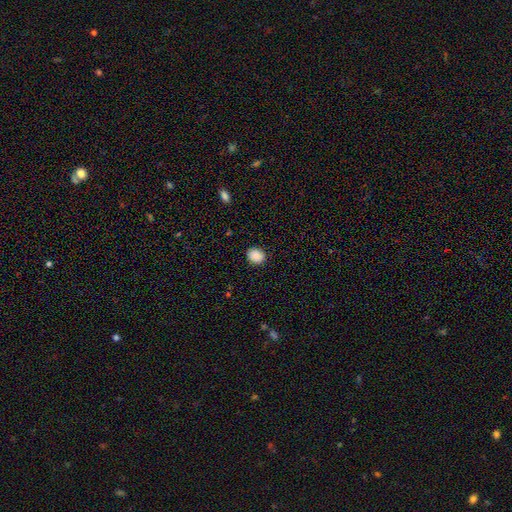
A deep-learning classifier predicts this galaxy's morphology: A smooth galaxy with no disk features (89%) that is round (60%). Merging: none (89%).